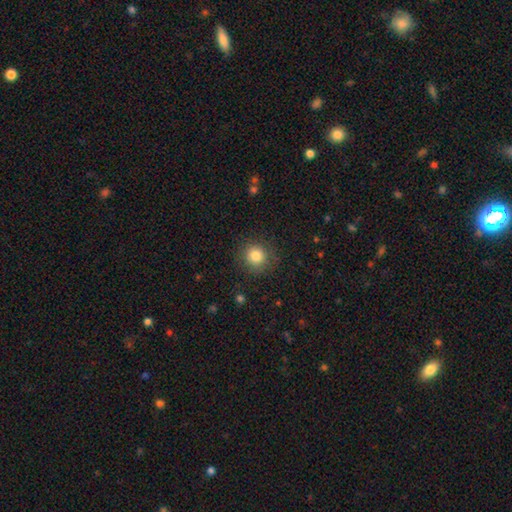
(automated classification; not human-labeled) smooth 82%, star or artifact 11%, featured or disk 6%. Down the decision tree: how rounded — round (92%); merging — none (86%).